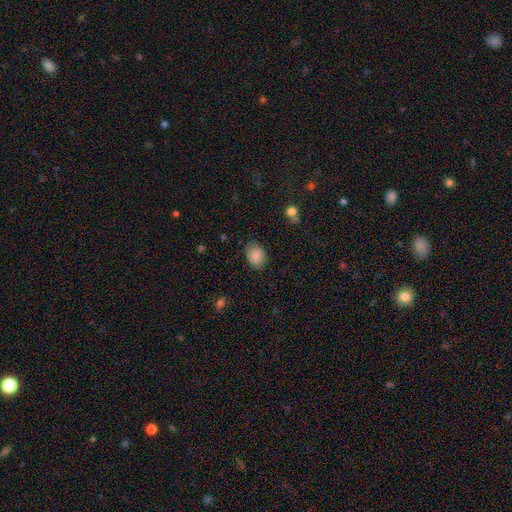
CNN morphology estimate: A smooth galaxy with no disk features (81%) that is in between round and cigar-shaped (67%). Merging: none (76%).